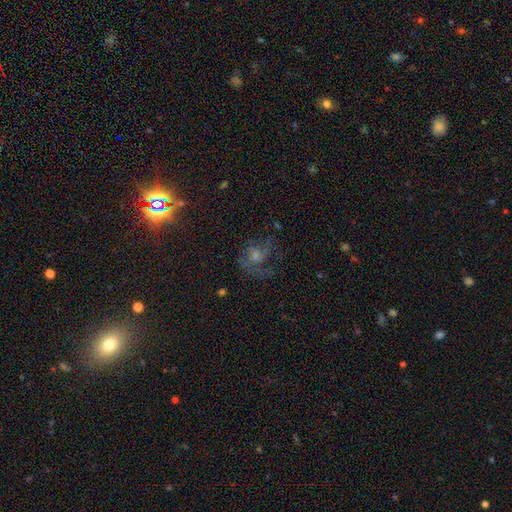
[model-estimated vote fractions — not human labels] The model was most divided on "bulge size": small: 42%, moderate: 35%, none: 15%, large: 6%, dominant: 2%. Remaining: edge-on disk — no (97%); bar — no (73%); spiral arms — yes (72%); smooth or featured — featured or disk (55%); merging — none (44%).